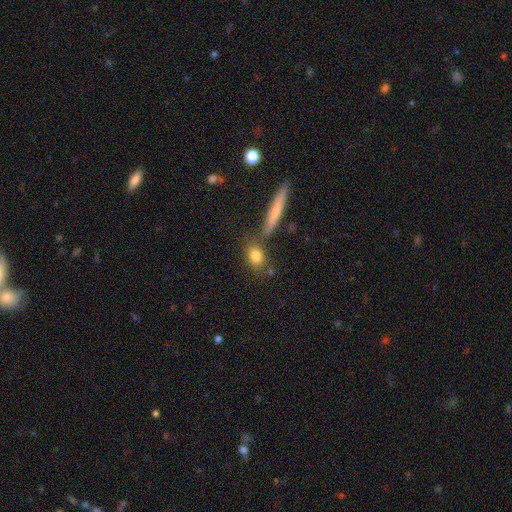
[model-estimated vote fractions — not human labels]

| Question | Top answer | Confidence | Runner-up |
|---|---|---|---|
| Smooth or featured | smooth | 79% | featured or disk (12%) |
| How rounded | in between | 59% | round (24%) |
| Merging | none | 69% | merger (14%) |